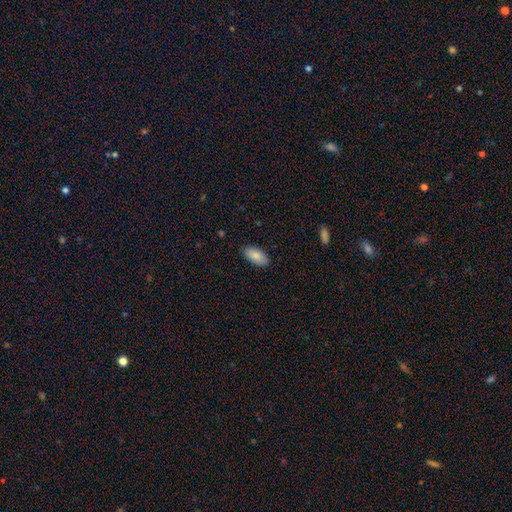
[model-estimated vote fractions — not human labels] A smooth galaxy with no disk features (86%) that is in between round and cigar-shaped (93%).

Vote fractions:
- Smooth or featured? smooth: 86% / featured or disk: 8% / star or artifact: 6%
- How rounded? in between: 93% / cigar-shaped: 5% / round: 2%
- Merging? none: 88% / minor disturbance: 10% / major disturbance: 2% / merger: 1%